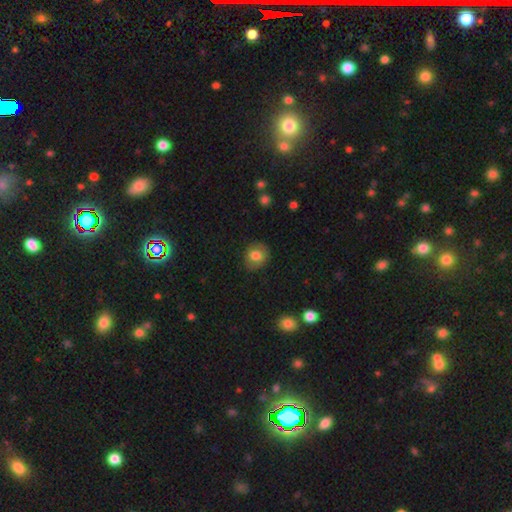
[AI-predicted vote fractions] smooth 76%, featured or disk 16%, star or artifact 8%. Down the decision tree: how rounded — round (72%); merging — none (82%).